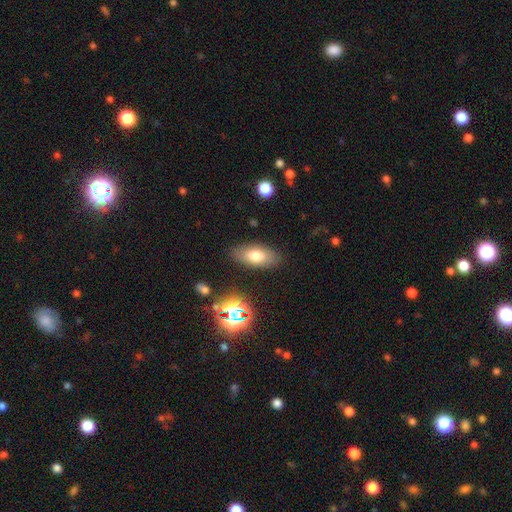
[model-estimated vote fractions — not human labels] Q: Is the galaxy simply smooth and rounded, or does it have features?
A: smooth — 73%.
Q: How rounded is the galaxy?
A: in between — 87%.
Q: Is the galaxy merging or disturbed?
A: none — 85%.